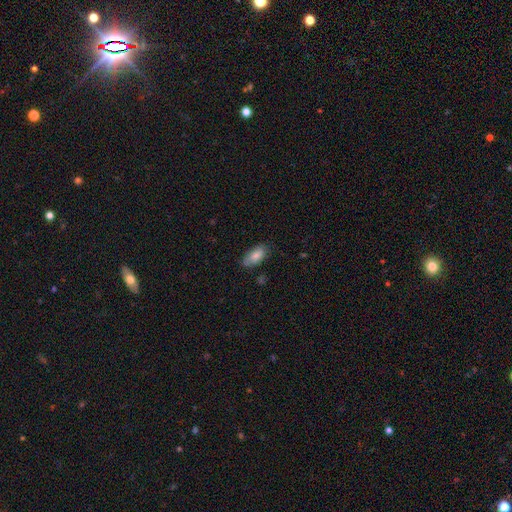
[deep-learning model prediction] smooth 80%, featured or disk 13%, star or artifact 7%. Down the decision tree: how rounded — in between (90%); merging — none (74%).